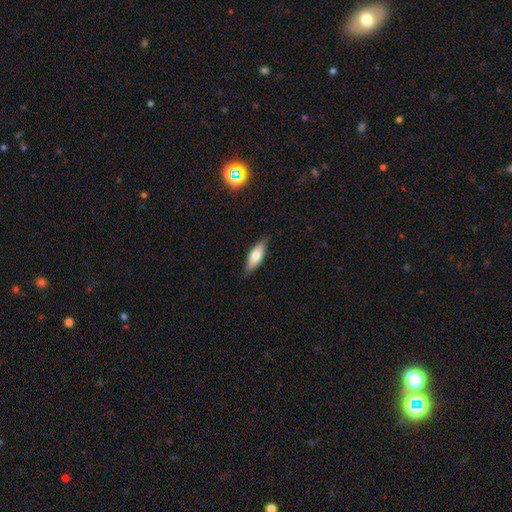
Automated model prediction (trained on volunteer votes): Morphology: type=smooth (69%); roundness=in between (56%); merging=none (83%).